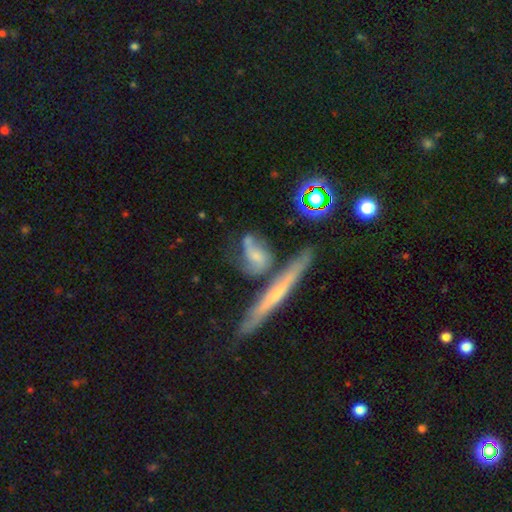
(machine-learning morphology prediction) A featured or disk galaxy (57%). Merging: none (41%).